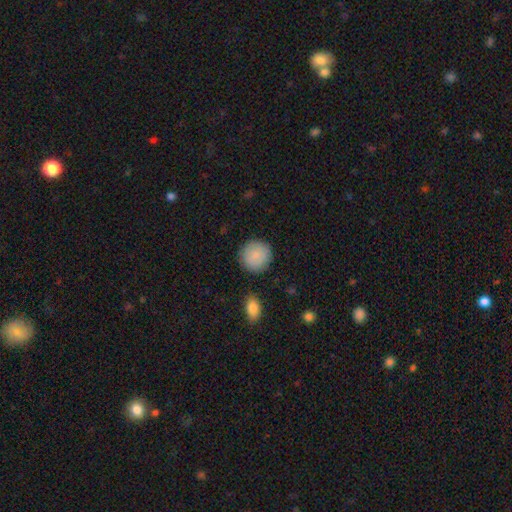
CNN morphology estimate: smooth_or_featured: smooth (p=0.87) [alt: featured or disk p=0.07]
how_rounded: round (p=0.93) [alt: in between p=0.06]
merging: none (p=0.88) [alt: minor disturbance p=0.08]